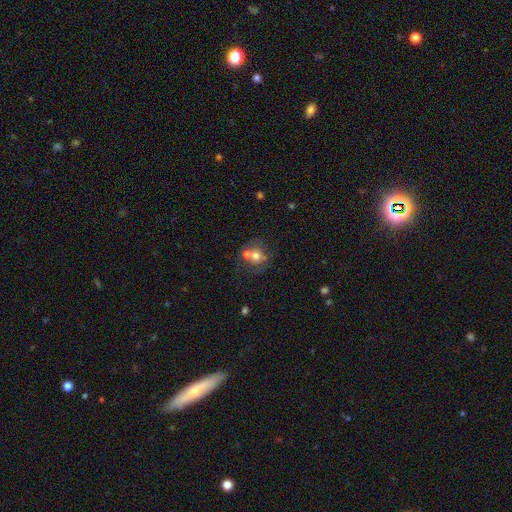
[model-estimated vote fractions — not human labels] Smooth or featured?
  - smooth: 63% *
  - featured or disk: 25%
  - star or artifact: 12%
How rounded?
  - round: 79% *
  - in between: 20%
  - cigar-shaped: 1%
Merging?
  - merger: 42% *
  - none: 41%
  - minor disturbance: 11%
  - major disturbance: 6%